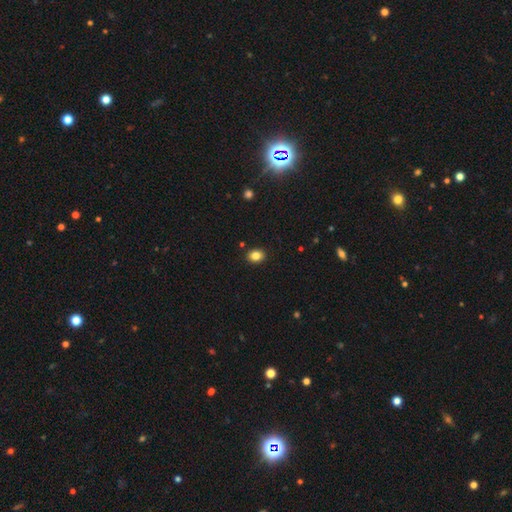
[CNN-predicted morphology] Q: Smooth or featured?
A: smooth (84%); runner-up: star or artifact (10%)
Q: How rounded?
A: in between (52%); runner-up: round (48%)
Q: Merging?
A: none (90%); runner-up: minor disturbance (7%)